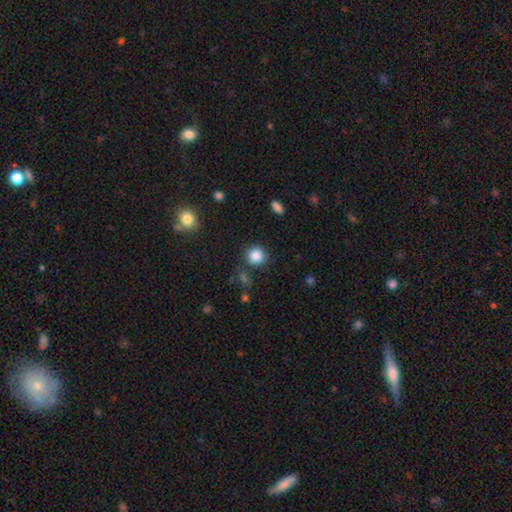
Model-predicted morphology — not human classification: Overall: smooth (86%). How rounded: round (90%). Merging: none (84%).